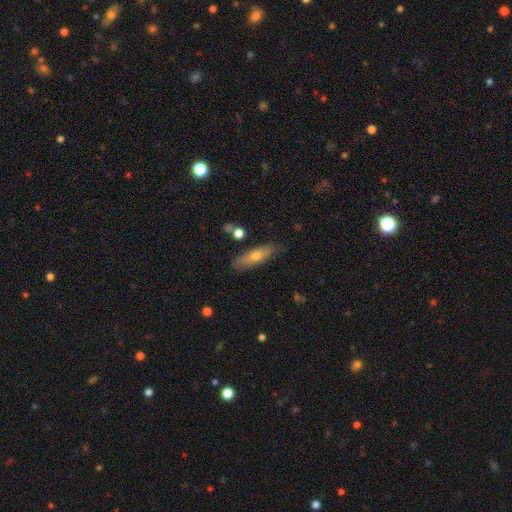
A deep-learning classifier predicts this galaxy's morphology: A smooth galaxy with no disk features (58%) that is cigar-shaped (53%). Merging: none (80%).